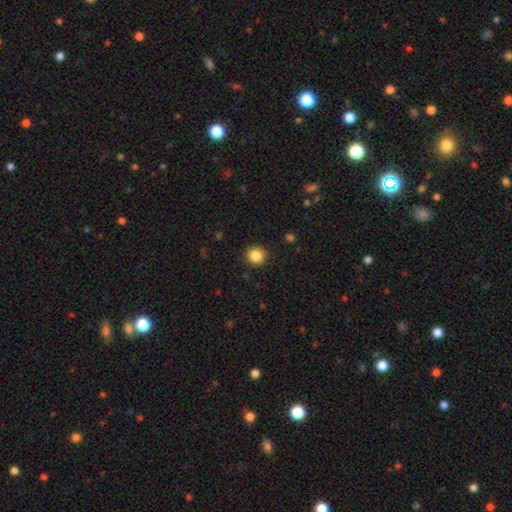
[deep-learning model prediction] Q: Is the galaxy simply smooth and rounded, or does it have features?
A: smooth — 85%.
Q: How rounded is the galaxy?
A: round — 91%.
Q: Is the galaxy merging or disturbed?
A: none — 87%.